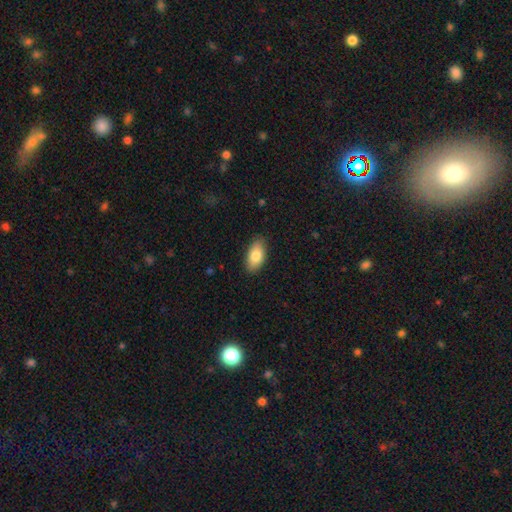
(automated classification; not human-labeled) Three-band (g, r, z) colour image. It shows a smooth galaxy with no disk features (83%) that is in between round and cigar-shaped (93%). Merging: none (86%).